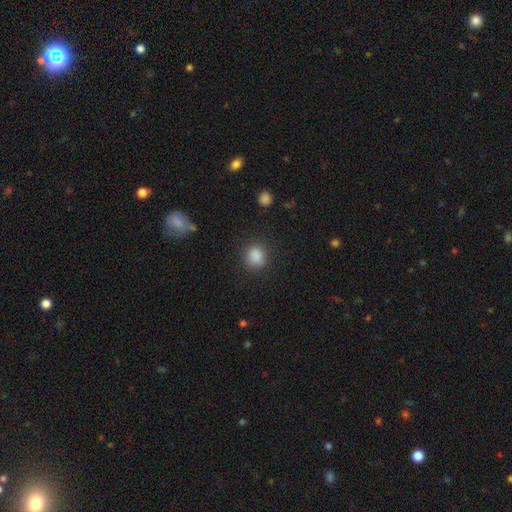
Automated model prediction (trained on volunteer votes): A smooth galaxy with no disk features (85%) that is round (74%).

Vote fractions:
- Smooth or featured? smooth: 85% / star or artifact: 11% / featured or disk: 4%
- How rounded? round: 74% / in between: 24% / cigar-shaped: 1%
- Merging? none: 83% / minor disturbance: 11% / major disturbance: 4% / merger: 2%